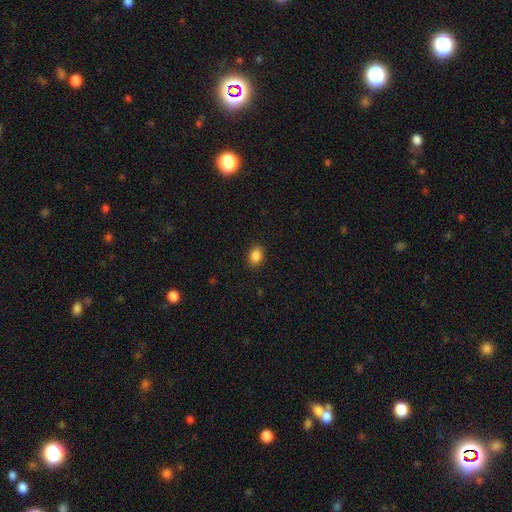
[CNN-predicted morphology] A smooth galaxy with no disk features (86%) that is in between round and cigar-shaped (65%). Merging: none (89%).